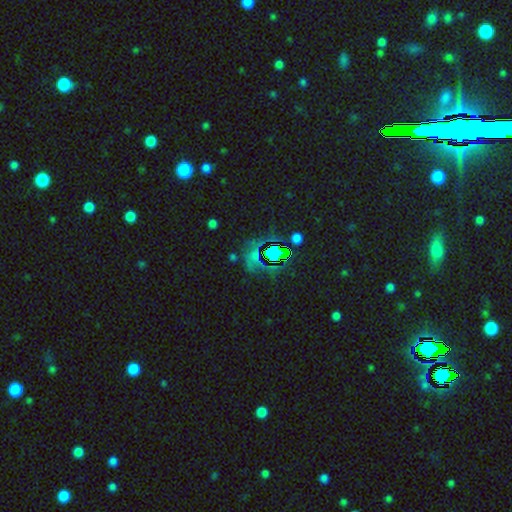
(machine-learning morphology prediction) The model was most divided on "smooth or featured": star or artifact: 59%, smooth: 27%, featured or disk: 14%.